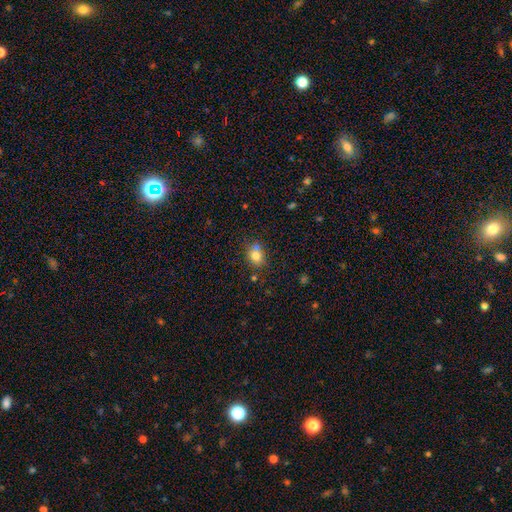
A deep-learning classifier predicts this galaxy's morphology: Smooth or featured?
  - smooth: 77% *
  - featured or disk: 12%
  - star or artifact: 11%
How rounded?
  - in between: 54% *
  - round: 45%
  - cigar-shaped: 2%
Merging?
  - none: 56% *
  - merger: 20%
  - minor disturbance: 19%
  - major disturbance: 5%